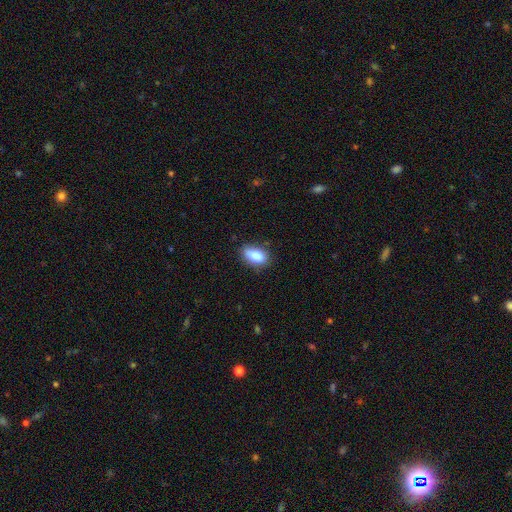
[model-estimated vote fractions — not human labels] A smooth galaxy with no disk features (83%) that is in between round and cigar-shaped (88%). Merging: none (76%).